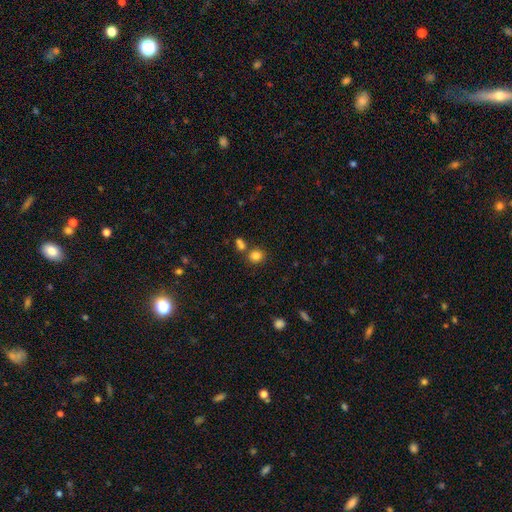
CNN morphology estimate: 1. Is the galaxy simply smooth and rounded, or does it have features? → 83% smooth, 12% star or artifact, 5% featured or disk.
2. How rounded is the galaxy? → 71% round, 28% in between, 1% cigar-shaped.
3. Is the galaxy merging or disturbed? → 69% none, 17% merger, 10% minor disturbance, 4% major disturbance.